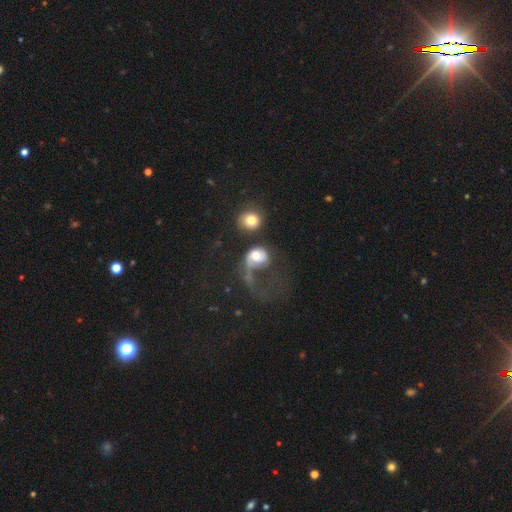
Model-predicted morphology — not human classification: smooth 47%, featured or disk 45%, star or artifact 8%. Down the decision tree: merging — major disturbance (58%).